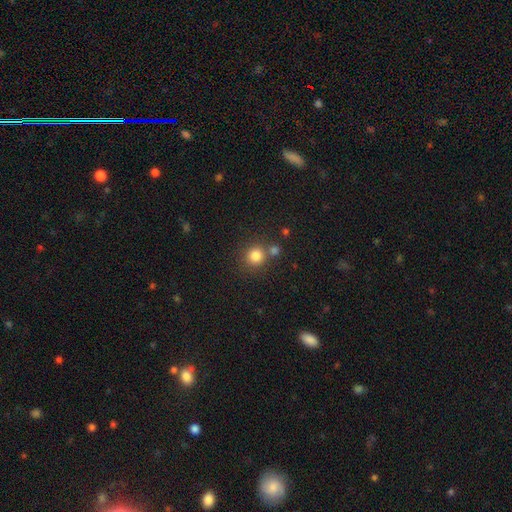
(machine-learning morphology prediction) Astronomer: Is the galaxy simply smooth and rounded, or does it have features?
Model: smooth — 82%.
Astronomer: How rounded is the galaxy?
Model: round — 90%.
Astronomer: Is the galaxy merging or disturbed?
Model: none — 70%.